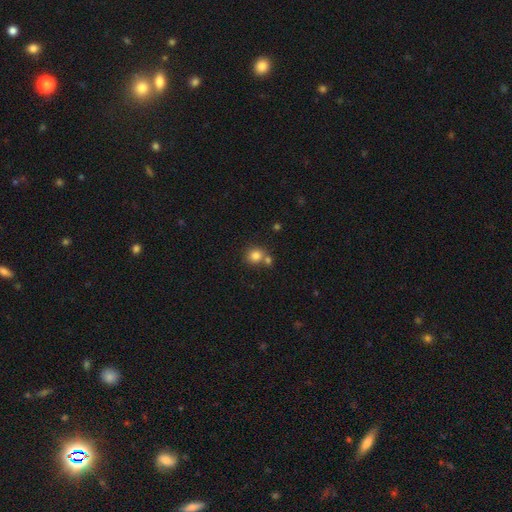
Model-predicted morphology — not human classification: smooth 82%, star or artifact 11%, featured or disk 7%. Down the decision tree: how rounded — round (85%); merging — none (58%).